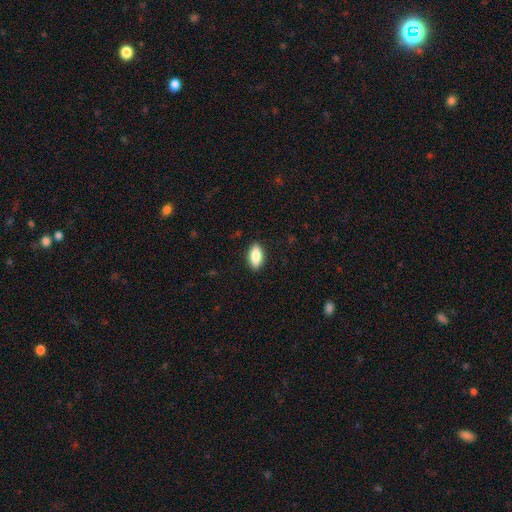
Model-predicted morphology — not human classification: smooth-or-featured: smooth: 82% | featured or disk: 12% | star or artifact: 7%
  how-rounded: in between: 86% | cigar-shaped: 11% | round: 3%
  merging: none: 89% | minor disturbance: 8% | major disturbance: 2% | merger: 1%